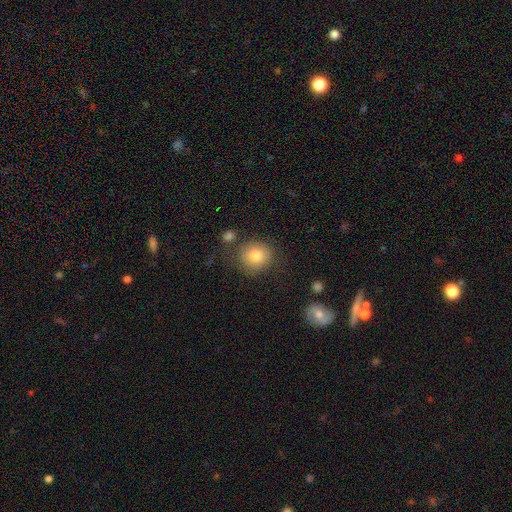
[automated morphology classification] The model was most divided on "merging": none: 76%, minor disturbance: 14%, merger: 6%, major disturbance: 5%. More confident: how rounded — round (85%); smooth or featured — smooth (83%).